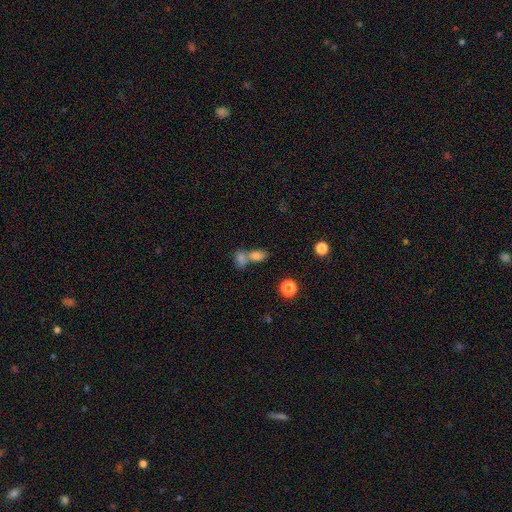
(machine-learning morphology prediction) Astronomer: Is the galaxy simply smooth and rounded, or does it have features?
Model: smooth — 79%.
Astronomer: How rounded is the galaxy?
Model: in between — 82%.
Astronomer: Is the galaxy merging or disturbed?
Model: merger — 55% (runner-up: none, 33%).